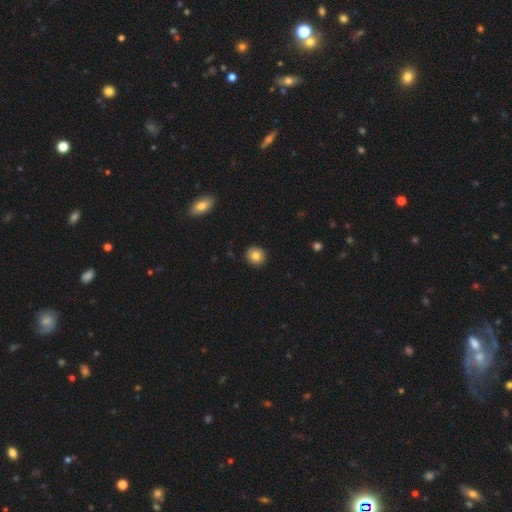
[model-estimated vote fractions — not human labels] The model was most divided on "how rounded": round: 82%, in between: 17%, cigar-shaped: 1%. More confident: merging — none (91%); smooth or featured — smooth (83%).